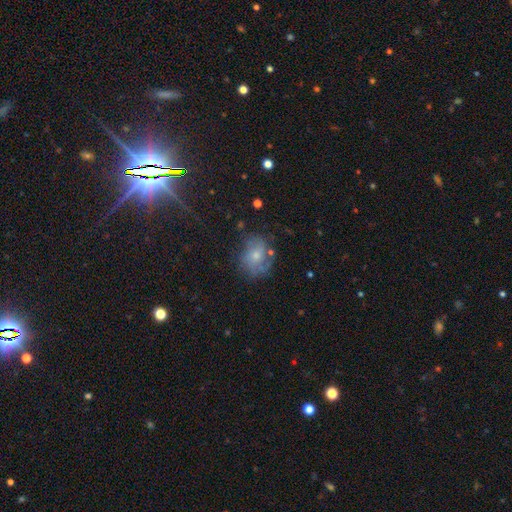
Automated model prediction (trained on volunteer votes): A featured or disk galaxy (48%). Merging: none (59%).